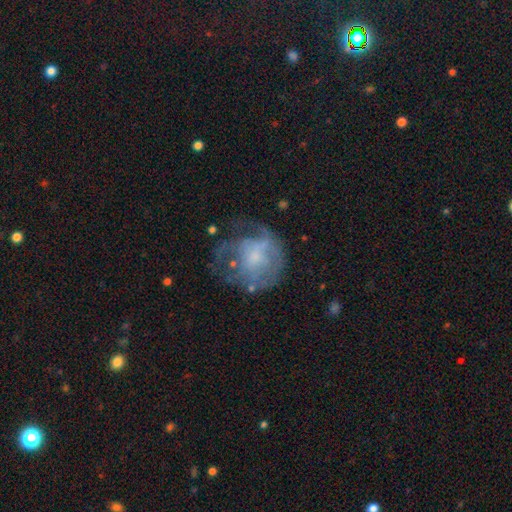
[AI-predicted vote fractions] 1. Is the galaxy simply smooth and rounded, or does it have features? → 55% featured or disk, 35% smooth, 10% star or artifact.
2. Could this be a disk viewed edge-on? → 97% no, 3% yes.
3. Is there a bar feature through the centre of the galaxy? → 76% no, 21% weak, 4% strong.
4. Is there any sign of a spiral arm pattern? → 57% no, 43% yes.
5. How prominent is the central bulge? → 44% small, 29% moderate, 21% none, 5% large, 1% dominant.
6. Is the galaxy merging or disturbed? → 41% none, 33% major disturbance, 23% minor disturbance, 3% merger.